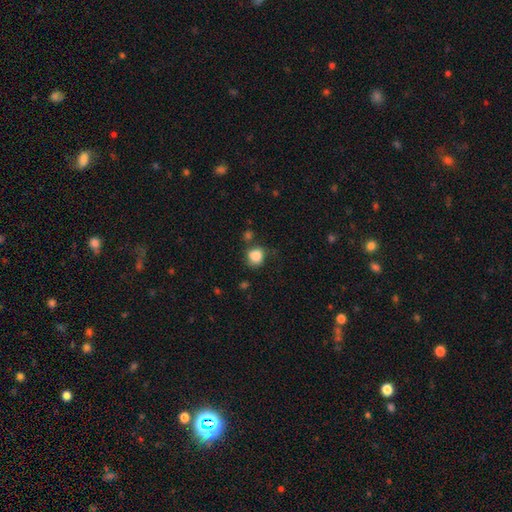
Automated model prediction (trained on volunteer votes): Q: Smooth or featured?
A: smooth (85%); runner-up: star or artifact (10%)
Q: How rounded?
A: round (71%); runner-up: in between (28%)
Q: Merging?
A: none (65%); runner-up: minor disturbance (21%)